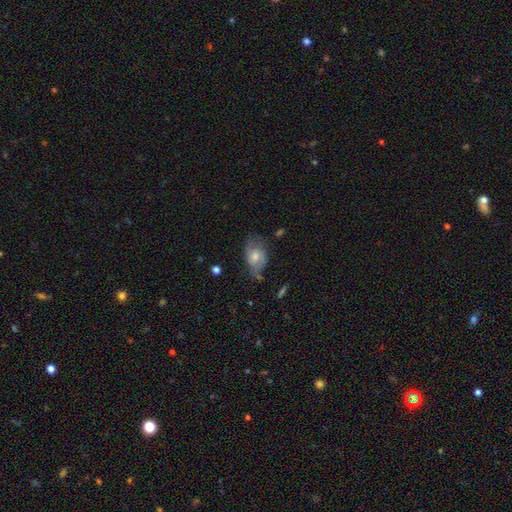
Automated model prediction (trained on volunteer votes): A featured or disk galaxy (49%). Merging: none (61%).